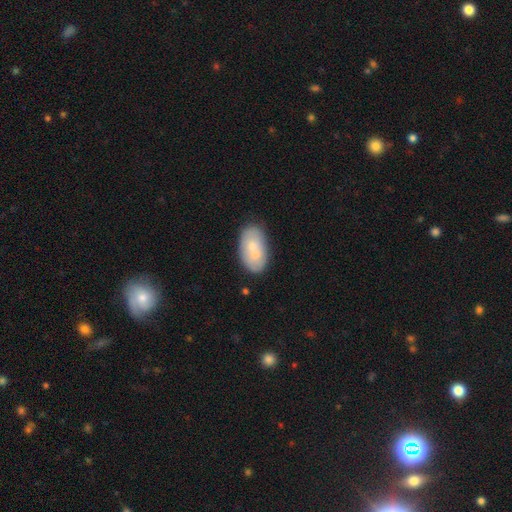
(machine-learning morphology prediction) Smooth or featured?
  - smooth: 66% *
  - featured or disk: 28%
  - star or artifact: 6%
How rounded?
  - in between: 94% *
  - round: 4%
  - cigar-shaped: 2%
Merging?
  - none: 54% *
  - merger: 23%
  - minor disturbance: 18%
  - major disturbance: 5%